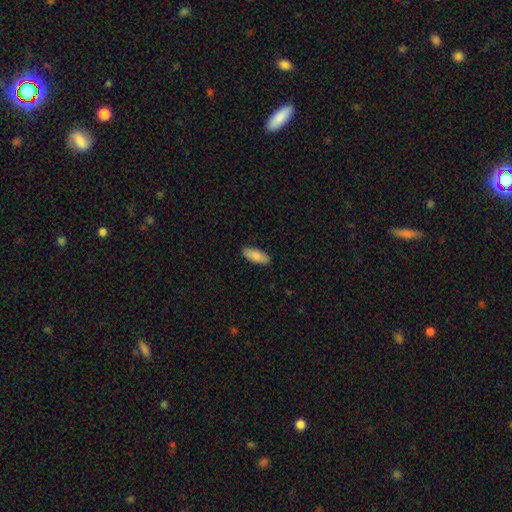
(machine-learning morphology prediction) Smooth or featured: smooth — 87% (featured or disk — 7%)
How rounded: in between — 79% (cigar-shaped — 19%)
Merging: none — 89% (minor disturbance — 8%)